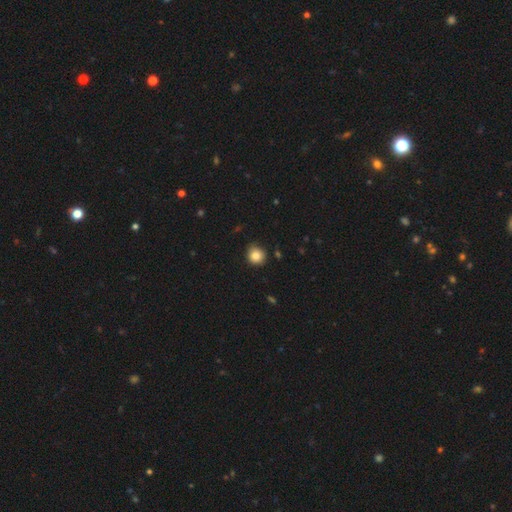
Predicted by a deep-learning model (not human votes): This is clearly a smooth galaxy (85%). How rounded: clearly round (89%). Merging: clearly none (82%).